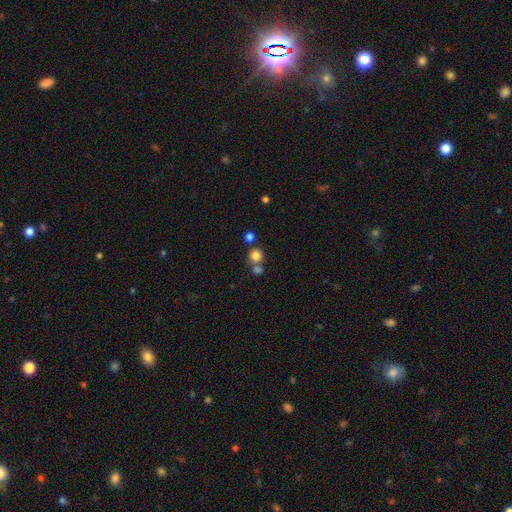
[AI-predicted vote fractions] Smooth or featured? smooth (80%)
How rounded? round (92%)
Merging? none (62%)